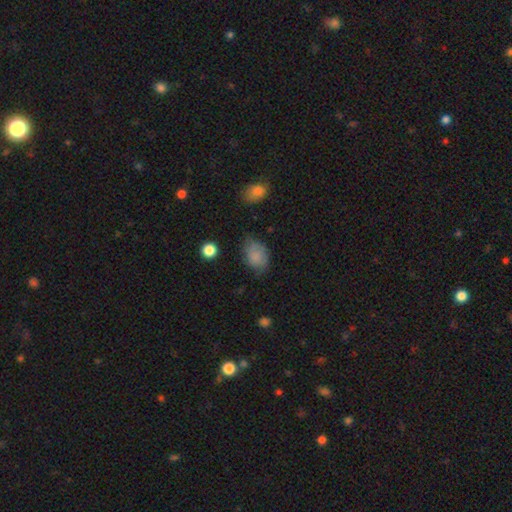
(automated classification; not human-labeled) Smooth or featured? Predicted: smooth (p=0.73). How rounded? Predicted: in between (p=0.77). Merging? Predicted: none (p=0.60).